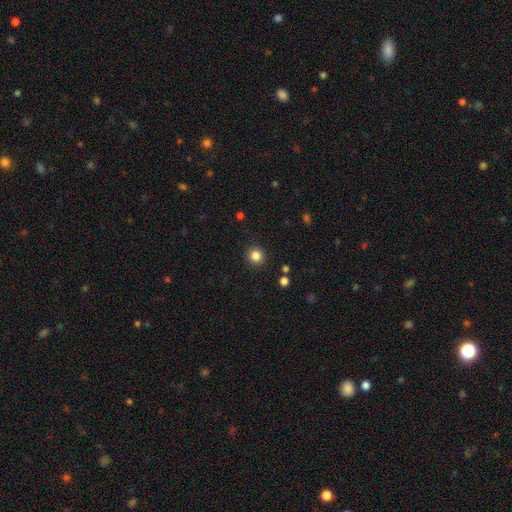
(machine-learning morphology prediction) The model was most divided on "smooth or featured": smooth: 84%, star or artifact: 12%, featured or disk: 5%. More confident: how rounded — round (93%); merging — none (91%).